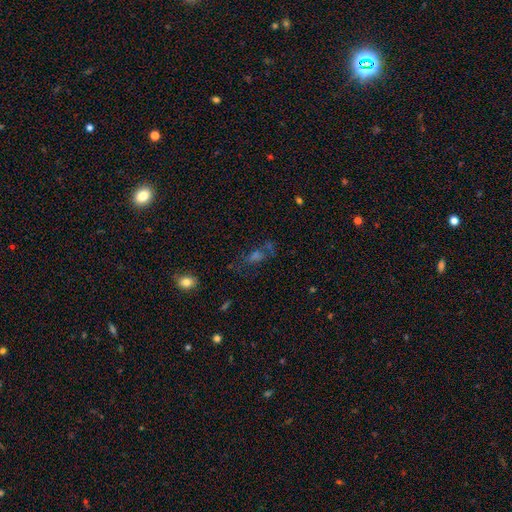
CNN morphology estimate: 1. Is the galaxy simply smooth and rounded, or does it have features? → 37% smooth, 34% star or artifact, 29% featured or disk.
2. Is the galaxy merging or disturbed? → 53% none, 18% major disturbance, 17% minor disturbance, 13% merger.